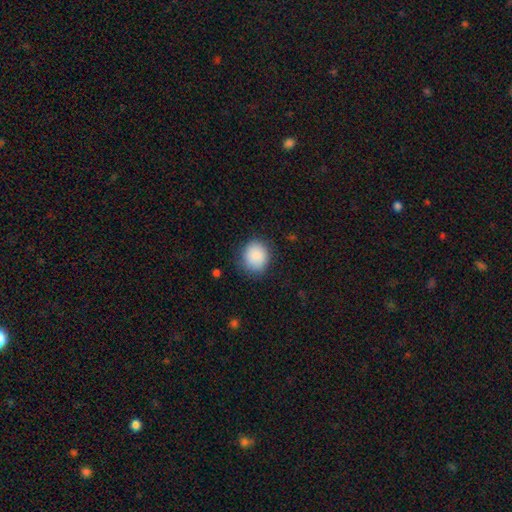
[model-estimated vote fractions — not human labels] smooth 89%, star or artifact 7%, featured or disk 4%. Down the decision tree: how rounded — round (79%); merging — none (84%).